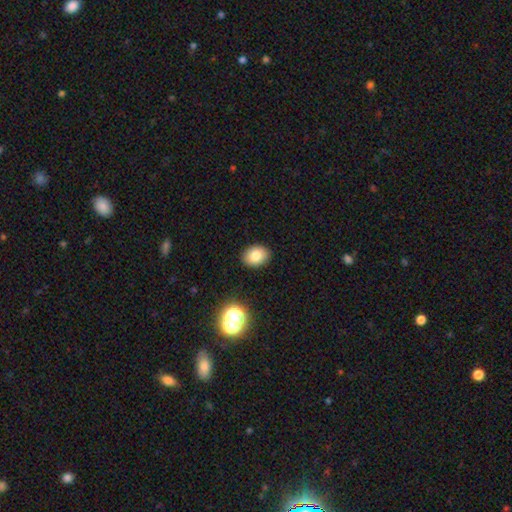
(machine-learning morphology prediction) smooth-or-featured: smooth: 81% | star or artifact: 11% | featured or disk: 8%
  how-rounded: in between: 61% | round: 38% | cigar-shaped: 1%
  merging: none: 89% | minor disturbance: 8% | major disturbance: 2% | merger: 1%